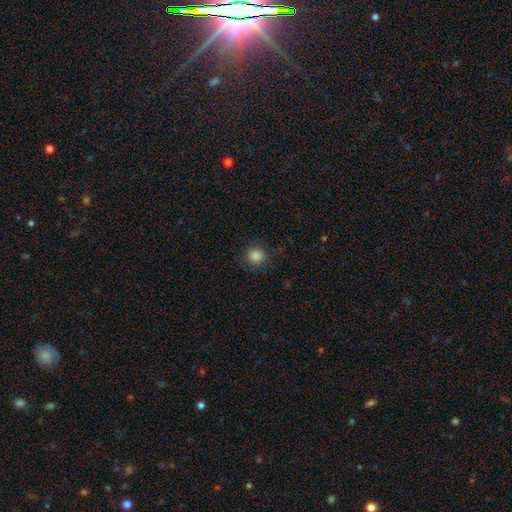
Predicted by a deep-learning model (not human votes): smooth_or_featured: smooth (p=0.85) [alt: star or artifact p=0.11]
how_rounded: round (p=0.90) [alt: in between p=0.09]
merging: none (p=0.89) [alt: minor disturbance p=0.08]